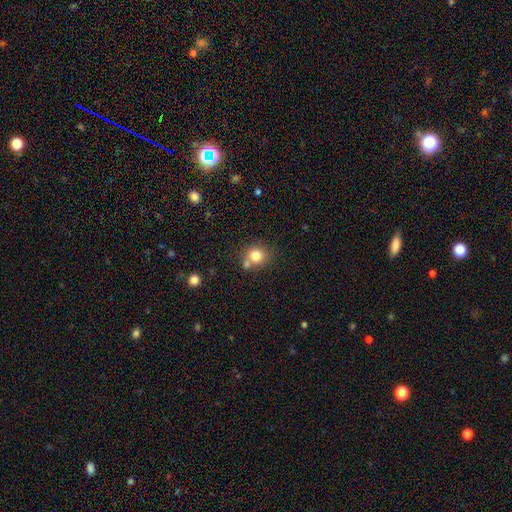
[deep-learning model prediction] Overall: smooth (80%). How rounded: round (78%). Merging: none (59%; merger 26%).